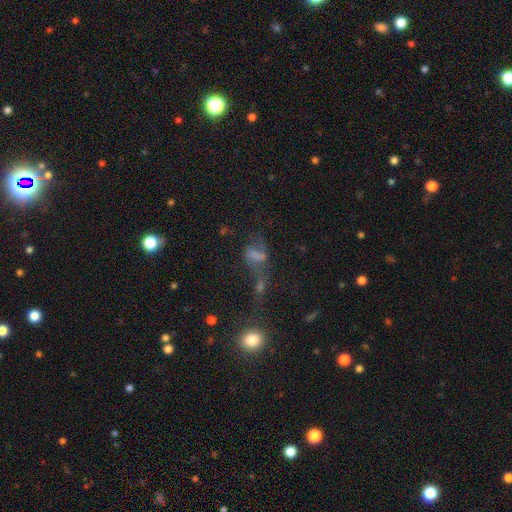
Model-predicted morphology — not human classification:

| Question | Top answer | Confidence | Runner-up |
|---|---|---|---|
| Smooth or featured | smooth | 38% | featured or disk (32%) |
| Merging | none | 32% | major disturbance (30%) |